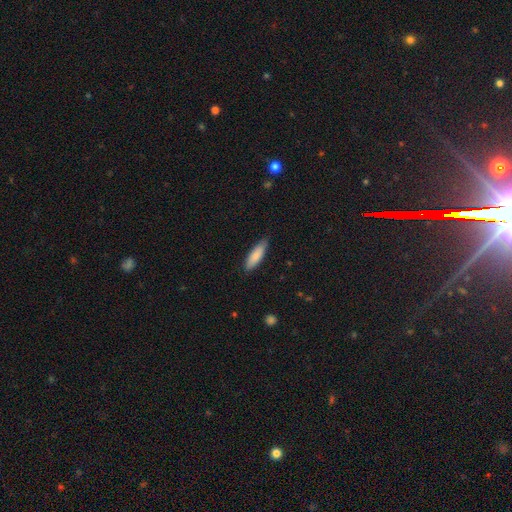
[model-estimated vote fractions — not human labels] A smooth galaxy with no disk features (84%) that is cigar-shaped (52%). Merging: none (82%).